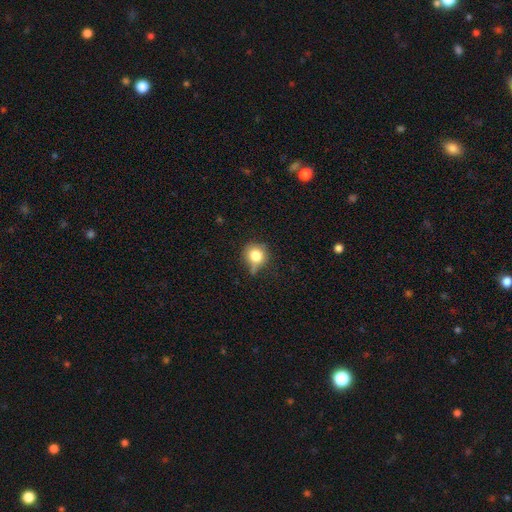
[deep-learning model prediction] The model was most divided on "merging": none: 54%, minor disturbance: 30%, major disturbance: 9%, merger: 6%. More confident: how rounded — round (84%); smooth or featured — smooth (77%).